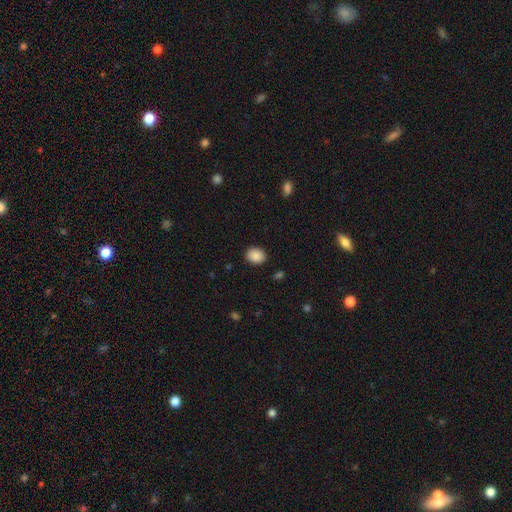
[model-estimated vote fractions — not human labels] smooth 89%, star or artifact 8%, featured or disk 3%. Down the decision tree: how rounded — round (51%); merging — none (89%).